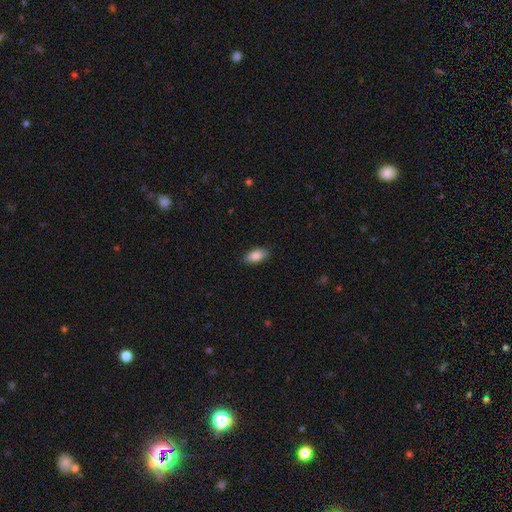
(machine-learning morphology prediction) A smooth galaxy with no disk features (87%) that is in between round and cigar-shaped (92%).

Vote fractions:
- Smooth or featured? smooth: 87% / star or artifact: 7% / featured or disk: 7%
- How rounded? in between: 92% / cigar-shaped: 5% / round: 3%
- Merging? none: 88% / minor disturbance: 9% / major disturbance: 2% / merger: 1%